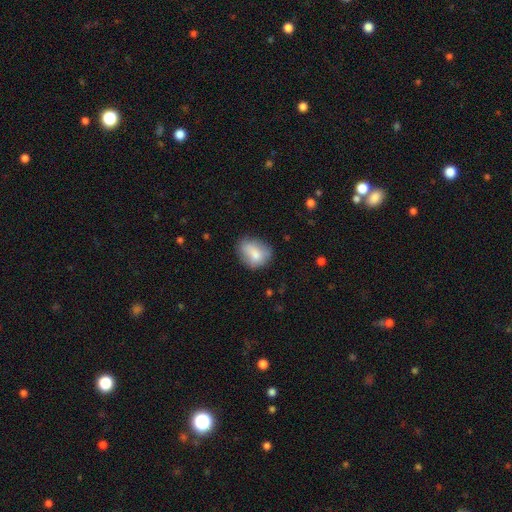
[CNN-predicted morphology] smooth_or_featured: smooth (p=0.76) [alt: featured or disk p=0.17]
how_rounded: in between (p=0.53) [alt: round p=0.46]
merging: none (p=0.63) [alt: minor disturbance p=0.26]